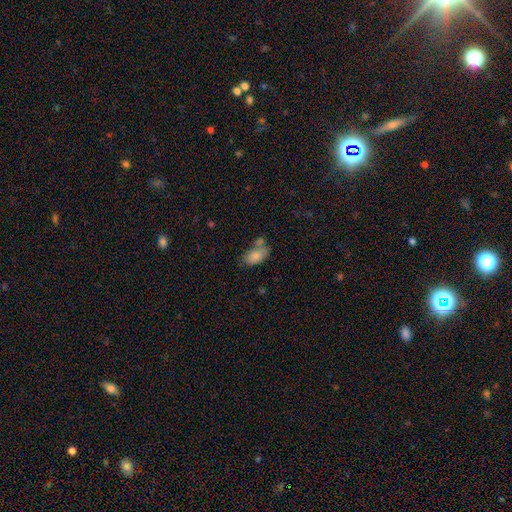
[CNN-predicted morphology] Smooth or featured: smooth — 82% (featured or disk — 10%)
How rounded: in between — 91% (round — 6%)
Merging: none — 46% (merger — 28%)